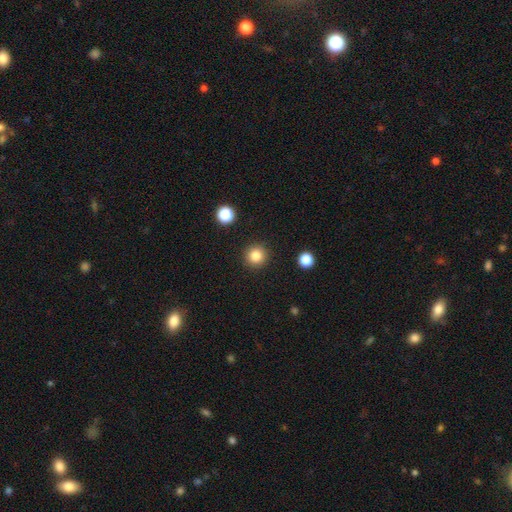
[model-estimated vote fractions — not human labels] The model was most divided on "smooth or featured": smooth: 84%, star or artifact: 11%, featured or disk: 5%. More confident: how rounded — round (95%); merging — none (92%).